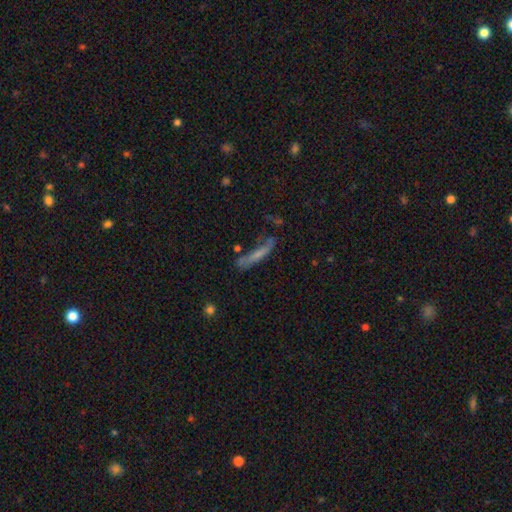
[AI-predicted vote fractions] Smooth or featured? smooth (49%)
Merging? none (52%)